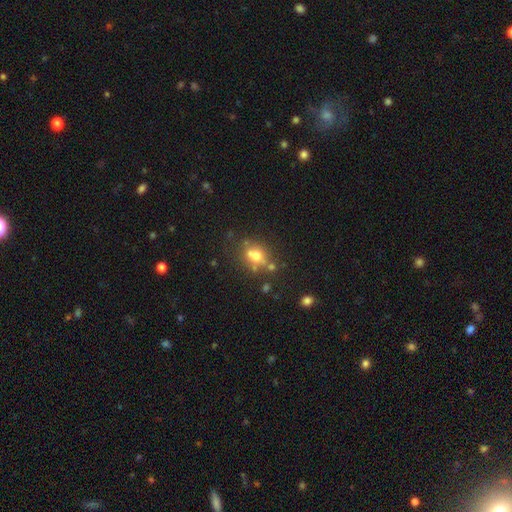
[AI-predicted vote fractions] Smooth or featured? Predicted: smooth (p=0.61). How rounded? Predicted: round (p=0.64). Merging? Predicted: none (p=0.54).